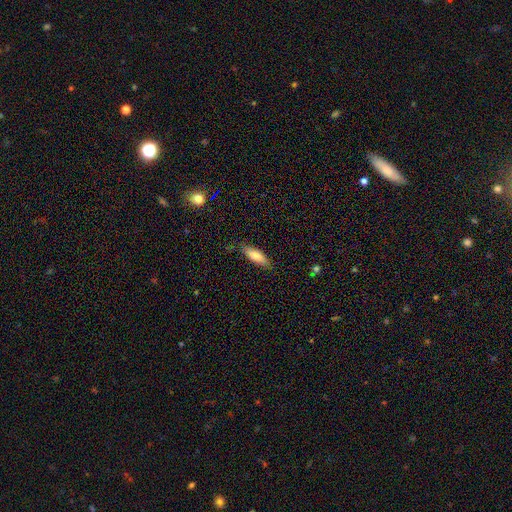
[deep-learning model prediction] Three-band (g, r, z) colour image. It shows a smooth galaxy with no disk features (78%) that is in between round and cigar-shaped (54%). Merging: none (78%).